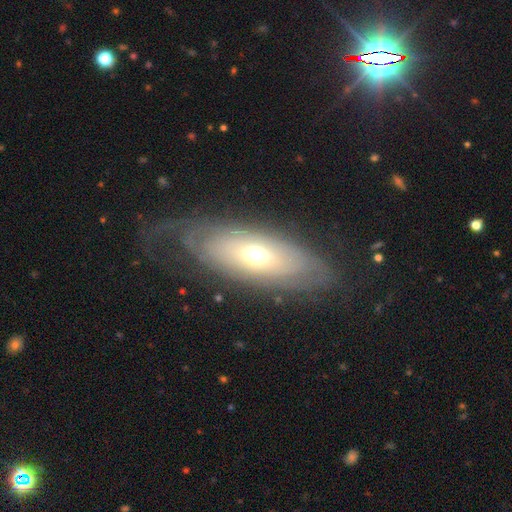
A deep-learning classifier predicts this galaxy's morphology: smooth_or_featured: featured or disk (p=0.58) [alt: smooth p=0.35]
disk_edge_on: no (p=0.78) [alt: yes p=0.22]
merging: none (p=0.63) [alt: minor disturbance p=0.20]